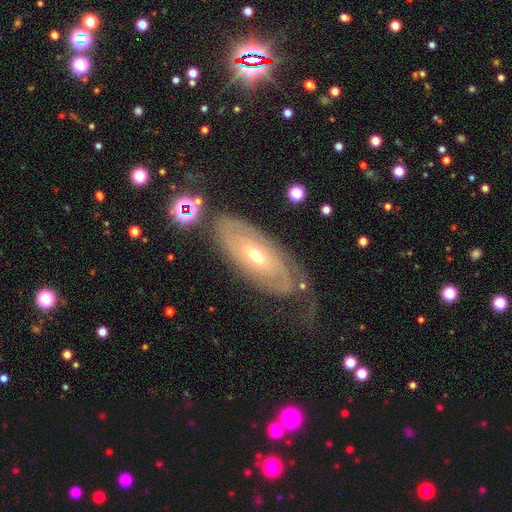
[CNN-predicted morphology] featured or disk 70%, smooth 23%, star or artifact 7%. Down the decision tree: edge-on disk — no (87%); bar — no (70%); spiral arms — yes (68%); bulge size — moderate (63%); merging — none (60%).